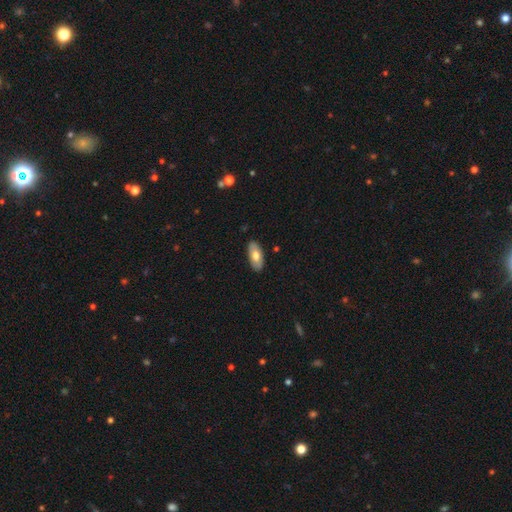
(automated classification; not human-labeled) Smooth or featured: smooth — 70% (featured or disk — 24%)
How rounded: in between — 90% (cigar-shaped — 8%)
Merging: none — 88% (minor disturbance — 9%)